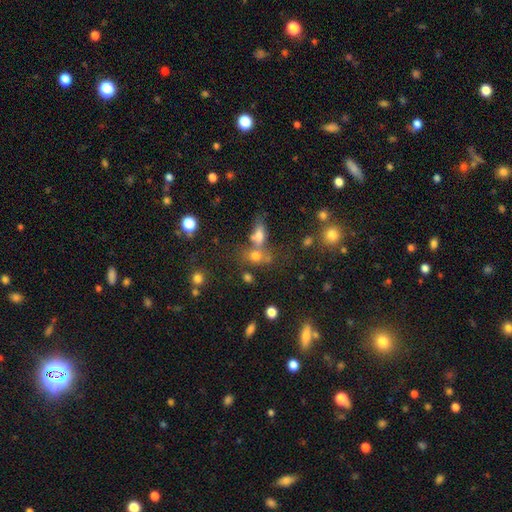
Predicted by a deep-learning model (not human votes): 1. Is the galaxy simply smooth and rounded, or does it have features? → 67% smooth, 19% star or artifact, 13% featured or disk.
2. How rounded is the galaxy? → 48% in between (tied), 48% round (tied), 4% cigar-shaped.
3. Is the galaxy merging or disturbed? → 41% none (tied), 41% merger (tied), 11% minor disturbance, 7% major disturbance.